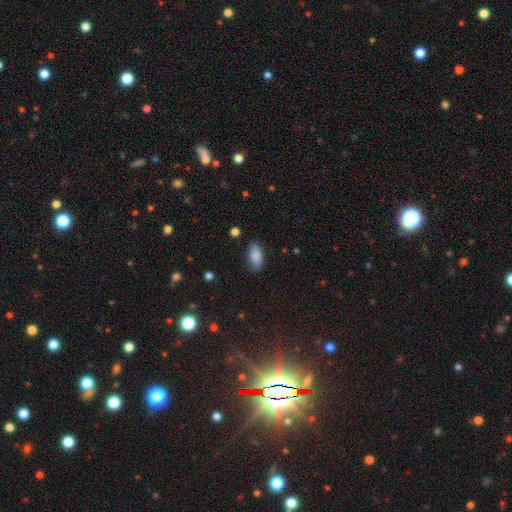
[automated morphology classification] Smooth or featured? Predicted: smooth (p=0.85). How rounded? Predicted: in between (p=0.91). Merging? Predicted: none (p=0.79).